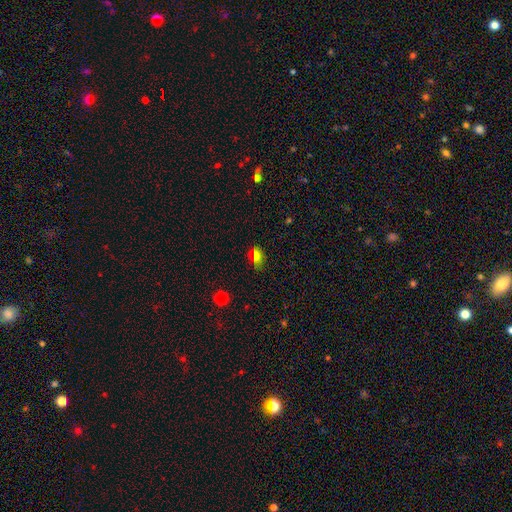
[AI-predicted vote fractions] smooth-or-featured: smooth: 72% | star or artifact: 19% | featured or disk: 9%
  how-rounded: in between: 80% | round: 16% | cigar-shaped: 4%
  merging: none: 79% | minor disturbance: 15% | major disturbance: 4% | merger: 2%